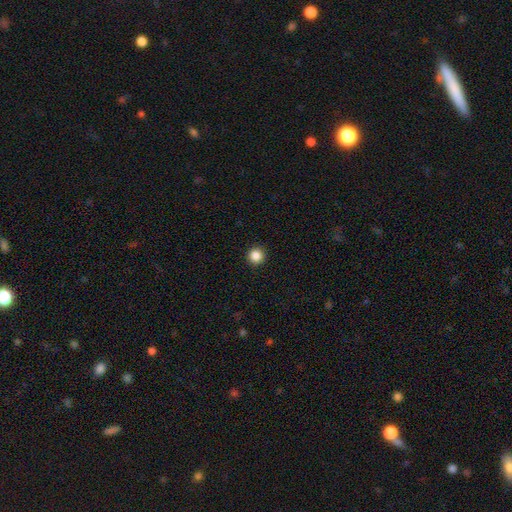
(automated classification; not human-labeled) smooth-or-featured: smooth: 87% | star or artifact: 10% | featured or disk: 3%
  how-rounded: round: 96% | in between: 3% | cigar-shaped: 1%
  merging: none: 93% | minor disturbance: 4% | major disturbance: 2% | merger: 1%